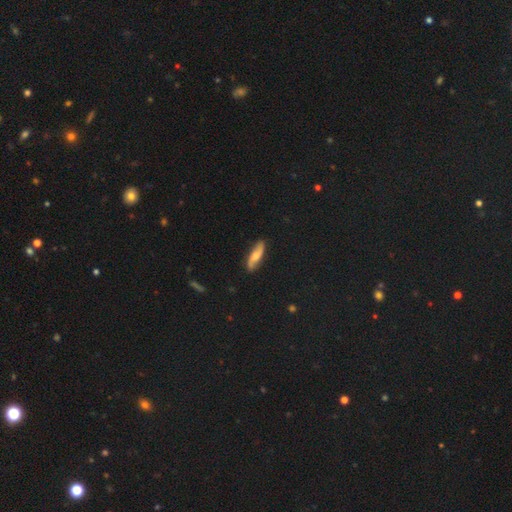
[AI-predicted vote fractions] Q: Smooth or featured?
A: featured or disk (49%); runner-up: smooth (45%)
Q: Merging?
A: none (83%); runner-up: minor disturbance (13%)